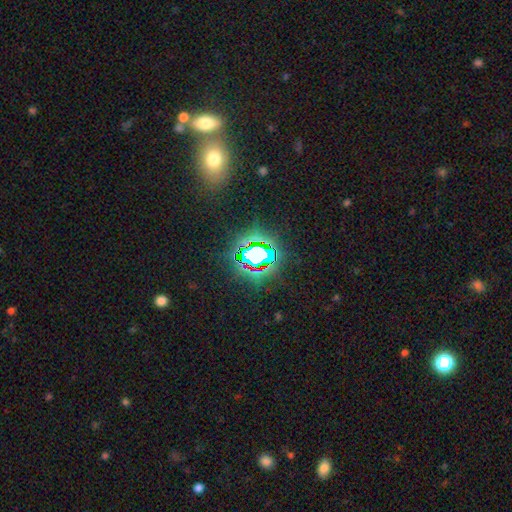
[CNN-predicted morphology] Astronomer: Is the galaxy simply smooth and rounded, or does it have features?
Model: star or artifact — 75%.